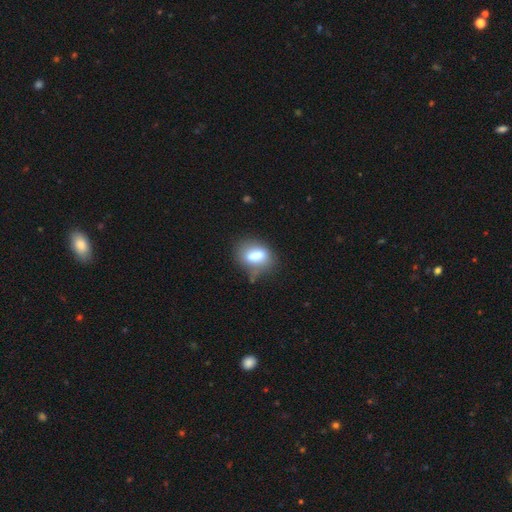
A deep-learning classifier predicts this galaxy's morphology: Smooth or featured? Predicted: smooth (p=0.70). How rounded? Predicted: in between (p=0.71). Merging? Predicted: none (p=0.49).